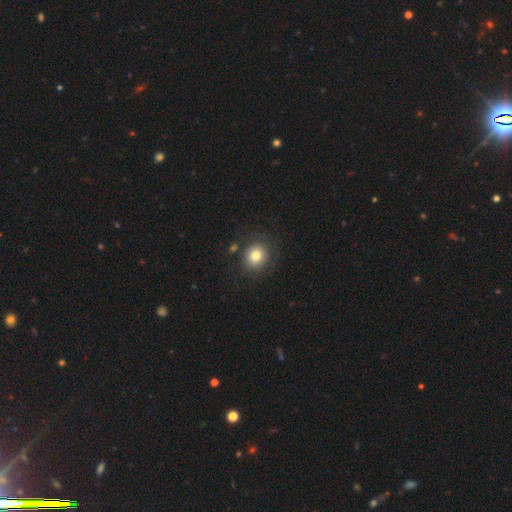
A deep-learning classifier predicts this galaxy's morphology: Q: Smooth or featured?
A: smooth (80%); runner-up: star or artifact (10%)
Q: How rounded?
A: round (83%); runner-up: in between (16%)
Q: Merging?
A: none (82%); runner-up: minor disturbance (10%)